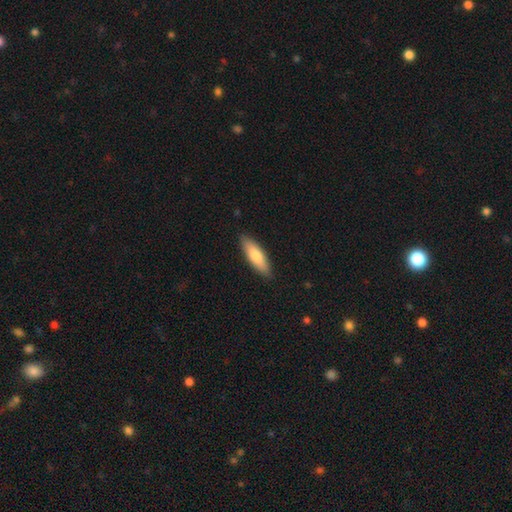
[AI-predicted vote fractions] This is likely a smooth galaxy (74%). How rounded: possibly cigar-shaped (53%). Merging: clearly none (88%).